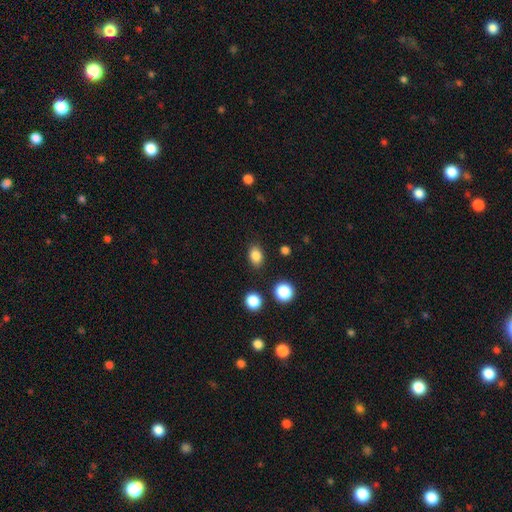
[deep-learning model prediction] A smooth galaxy with no disk features (84%) that is in between round and cigar-shaped (71%). Merging: none (84%).